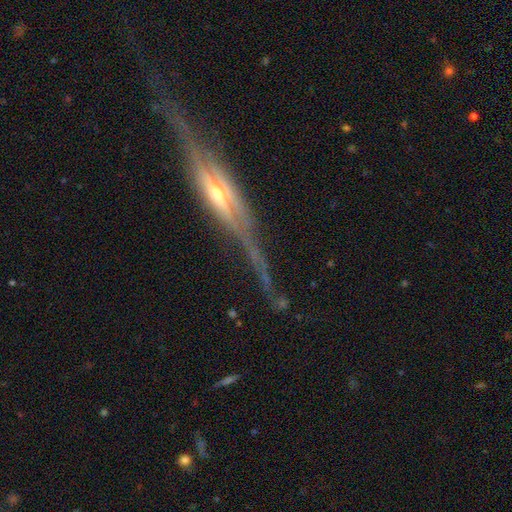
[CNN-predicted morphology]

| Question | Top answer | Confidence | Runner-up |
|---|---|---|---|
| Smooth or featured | featured or disk | 87% | smooth (6%) |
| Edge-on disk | yes | 91% | no (9%) |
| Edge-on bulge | rounded | 65% | boxy (26%) |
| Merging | none | 72% | minor disturbance (17%) |